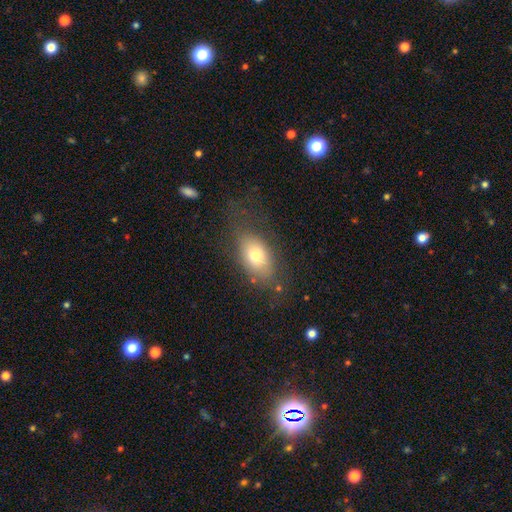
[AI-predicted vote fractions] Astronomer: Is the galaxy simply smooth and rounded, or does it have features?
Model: smooth — 73%.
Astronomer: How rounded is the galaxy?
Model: in between — 86%.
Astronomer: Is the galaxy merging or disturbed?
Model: none — 65%.